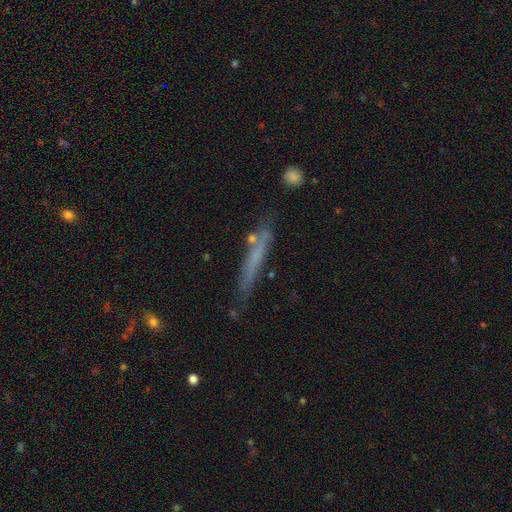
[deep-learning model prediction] The model was most divided on "smooth or featured": smooth: 50%, featured or disk: 40%, star or artifact: 10%. More confident: merging — none (72%).